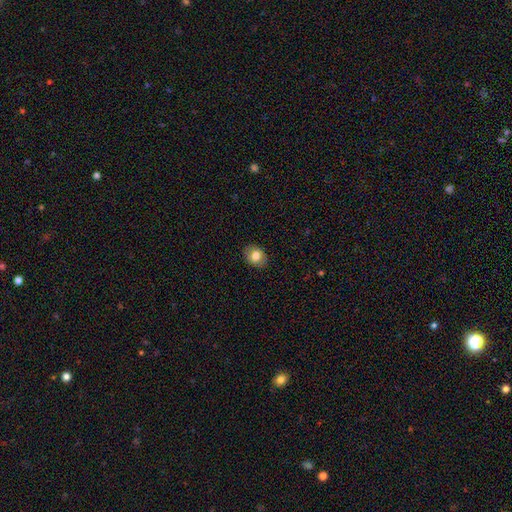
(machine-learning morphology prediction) Q: Smooth or featured?
A: smooth (79%); runner-up: featured or disk (13%)
Q: How rounded?
A: in between (62%); runner-up: round (37%)
Q: Merging?
A: none (86%); runner-up: minor disturbance (10%)